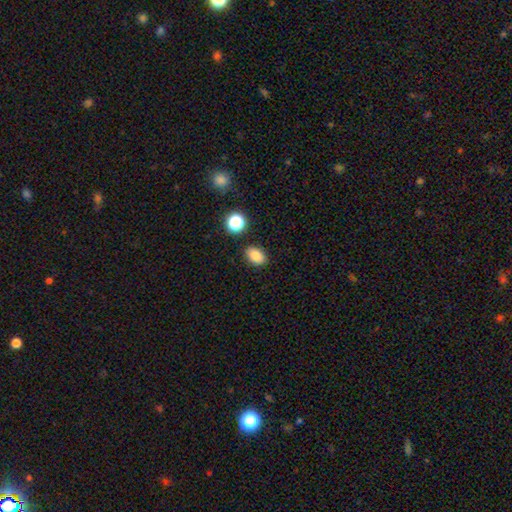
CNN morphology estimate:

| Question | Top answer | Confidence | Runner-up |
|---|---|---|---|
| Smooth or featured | smooth | 84% | star or artifact (11%) |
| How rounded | in between | 84% | round (15%) |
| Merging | none | 86% | minor disturbance (9%) |